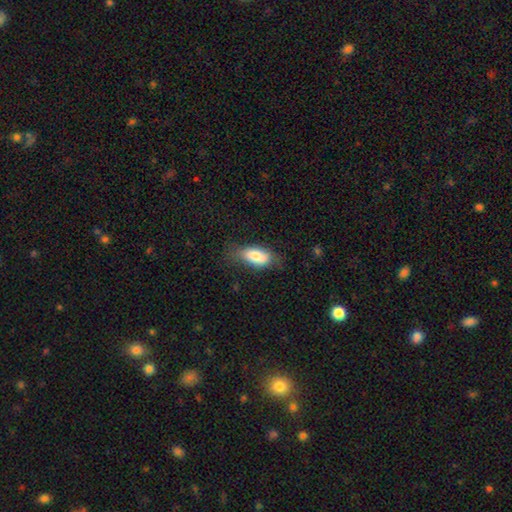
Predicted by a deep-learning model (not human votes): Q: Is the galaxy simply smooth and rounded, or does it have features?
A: smooth — 76%.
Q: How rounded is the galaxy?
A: in between — 87%.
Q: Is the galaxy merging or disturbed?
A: none — 60%.